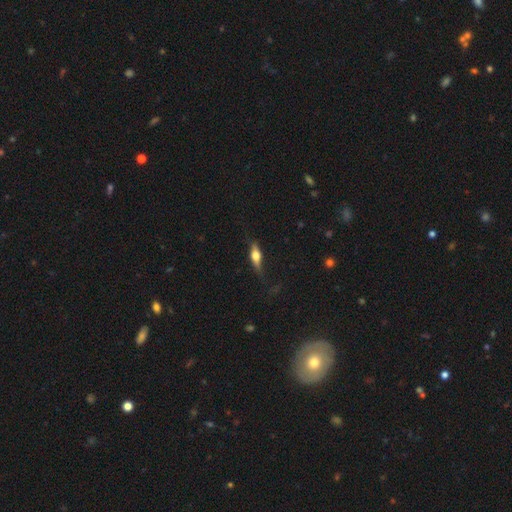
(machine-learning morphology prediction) A smooth galaxy with no disk features (48%). Merging: none (68%).